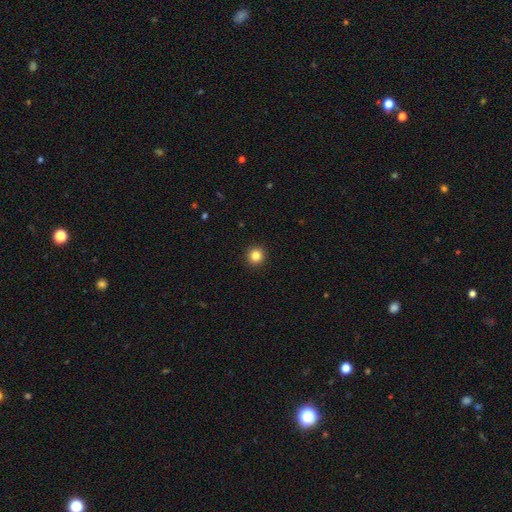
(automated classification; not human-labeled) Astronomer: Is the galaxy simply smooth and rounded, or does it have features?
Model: smooth — 84%.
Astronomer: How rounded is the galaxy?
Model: round — 95%.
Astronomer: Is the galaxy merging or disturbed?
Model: none — 93%.